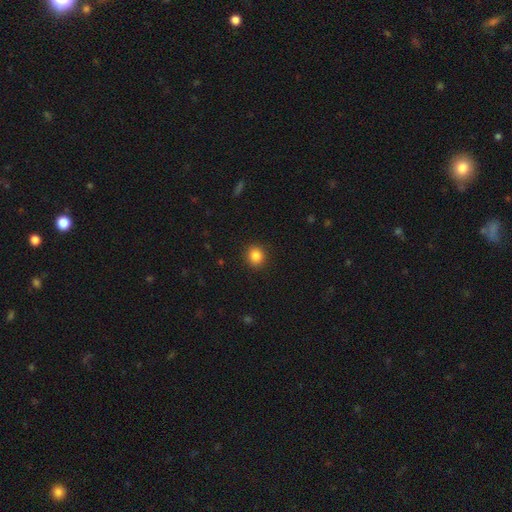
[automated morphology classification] Smooth or featured? smooth (85%)
How rounded? round (83%)
Merging? none (91%)